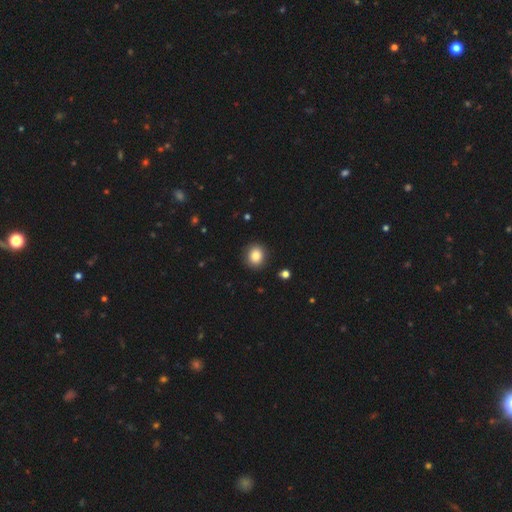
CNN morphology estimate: type=smooth (84%); roundness=round (80%); merging=none (90%).